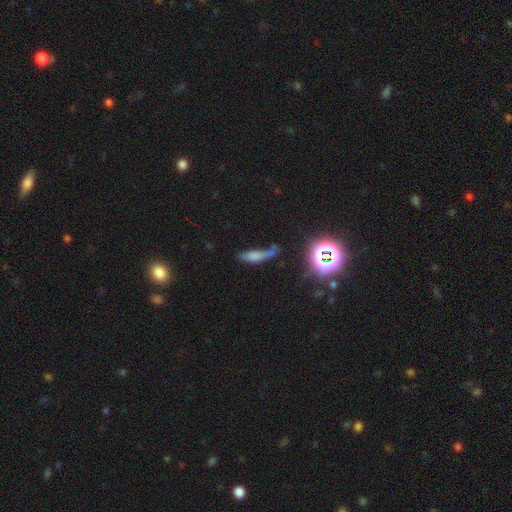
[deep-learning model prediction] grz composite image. It shows a smooth galaxy with no disk features (57%) that is cigar-shaped (54%). Merging: none (36%).